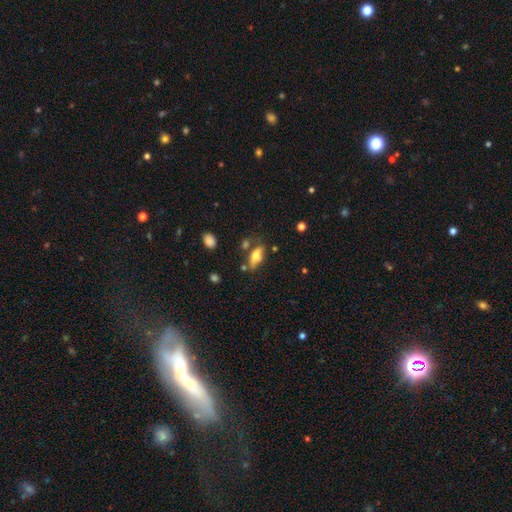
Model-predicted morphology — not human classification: Smooth or featured: smooth — 64% (featured or disk — 29%)
How rounded: in between — 77% (cigar-shaped — 19%)
Merging: none — 59% (minor disturbance — 22%)